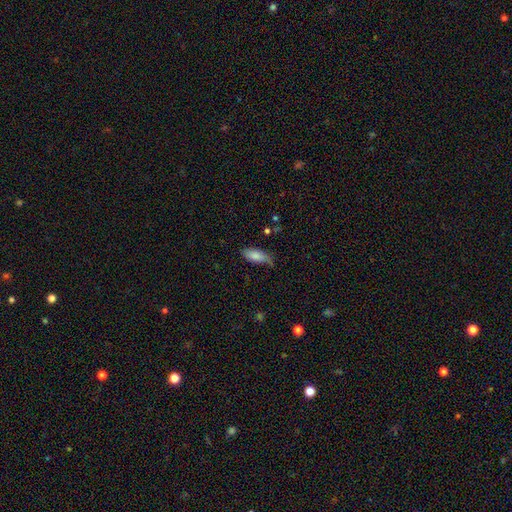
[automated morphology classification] Overall: smooth (78%). How rounded: in between (79%). Merging: none (53%; minor disturbance 35%).